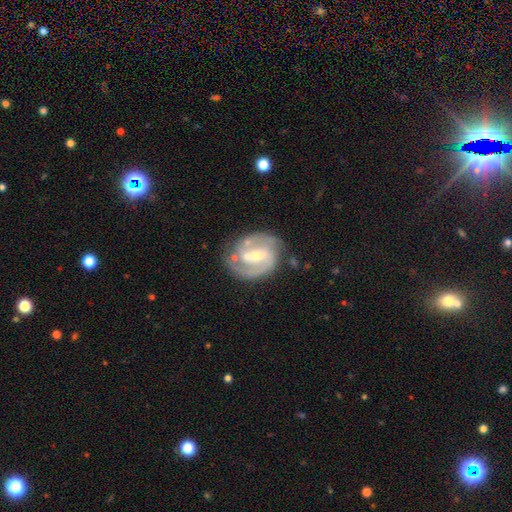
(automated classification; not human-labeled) Overall: featured or disk (87%). Edge-on disk: no (97%). Bar: strong (44%; weak 41%). Spiral arms: yes (95%). Spiral arm count: 2 (85%). Spiral winding: medium (51%; tight 37%). Bulge size: small (53%; moderate 43%). Merging: none (75%).